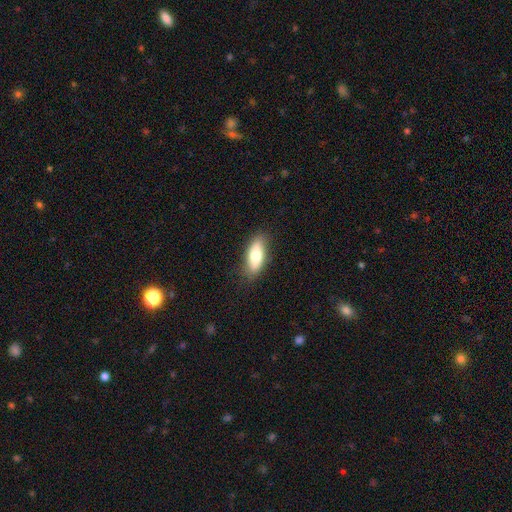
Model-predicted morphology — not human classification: This appears to be a smooth galaxy with no disk features (72%) that is in between round and cigar-shaped (78%). Merging: none (85%).